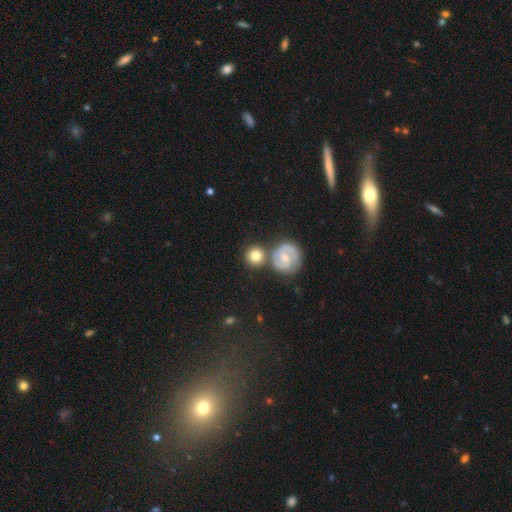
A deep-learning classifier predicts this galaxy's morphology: type=smooth (64%); roundness=round (92%); merging=none (74%).